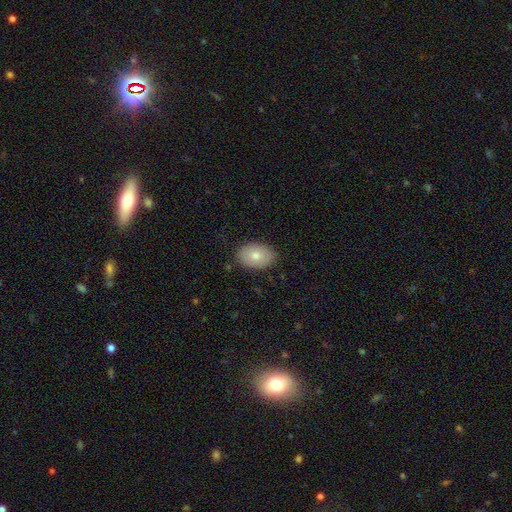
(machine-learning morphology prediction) Smooth or featured: smooth — 79% (featured or disk — 14%)
How rounded: in between — 84% (round — 15%)
Merging: none — 86% (minor disturbance — 11%)